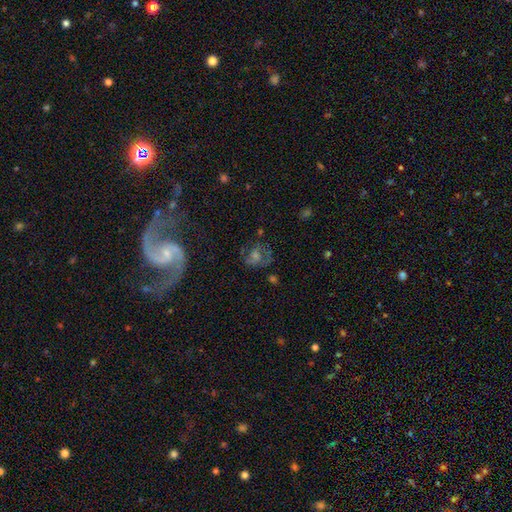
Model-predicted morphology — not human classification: Smooth or featured? Predicted: featured or disk (p=0.64). Edge-on disk? Predicted: no (p=0.97). Bar? Predicted: no (p=0.49). Spiral arms? Predicted: yes (p=0.83). Spiral winding? Predicted: medium (p=0.49). Spiral arm count? Predicted: 2 (p=0.74). Bulge size? Predicted: small (p=0.45). Merging? Predicted: none (p=0.61).